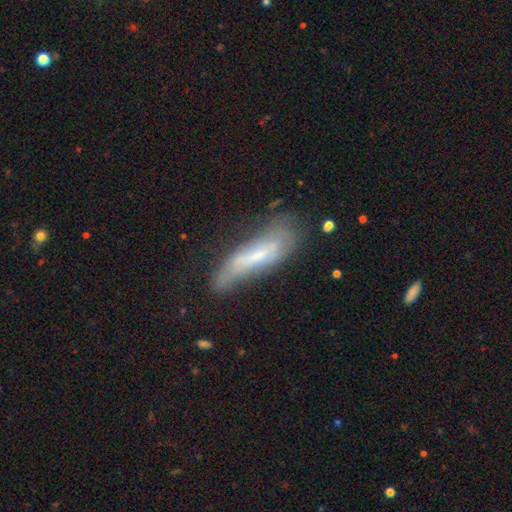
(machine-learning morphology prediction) smooth-or-featured: featured or disk: 49% | smooth: 42% | star or artifact: 9%
  merging: none: 50% | minor disturbance: 29% | major disturbance: 16% | merger: 5%